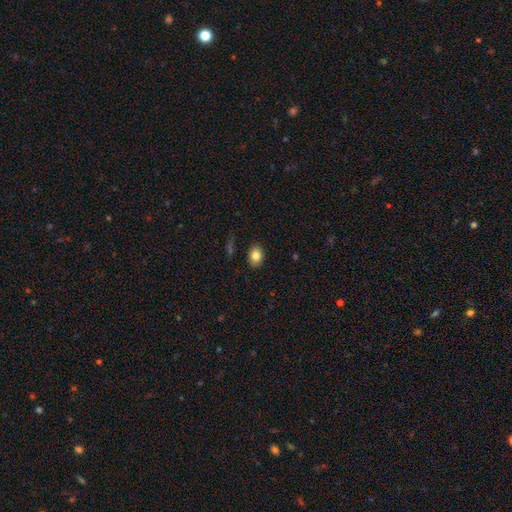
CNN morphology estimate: This is clearly a smooth galaxy (82%). How rounded: likely in between (72%). Merging: clearly none (87%).